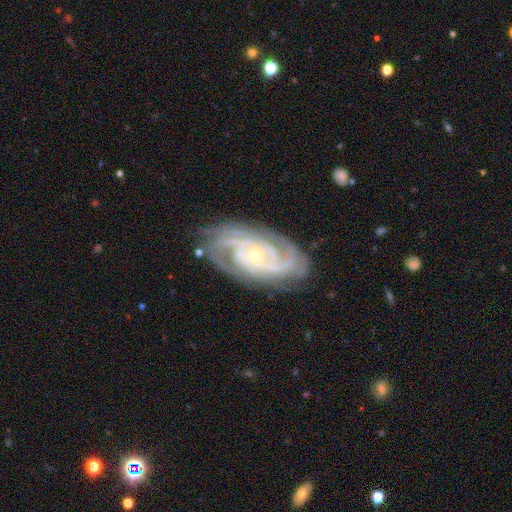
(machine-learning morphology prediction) featured or disk 91%, star or artifact 5%, smooth 4%. Down the decision tree: edge-on disk — no (96%); bar — no (65%); spiral arms — yes (98%); spiral arm count — 3 (30%); spiral winding — tight (66%); bulge size — small (72%); merging — none (78%).